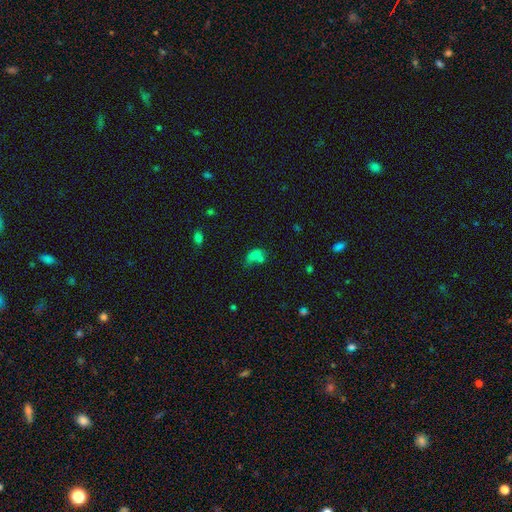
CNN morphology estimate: Smooth or featured? smooth (69%)
How rounded? in between (79%)
Merging? merger (38%)